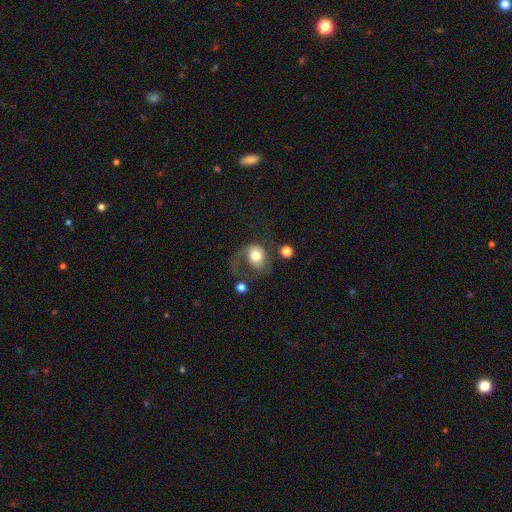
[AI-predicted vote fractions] Smooth or featured: smooth — 60% (featured or disk — 31%)
How rounded: round — 60% (in between — 39%)
Merging: major disturbance — 49% (none — 25%)